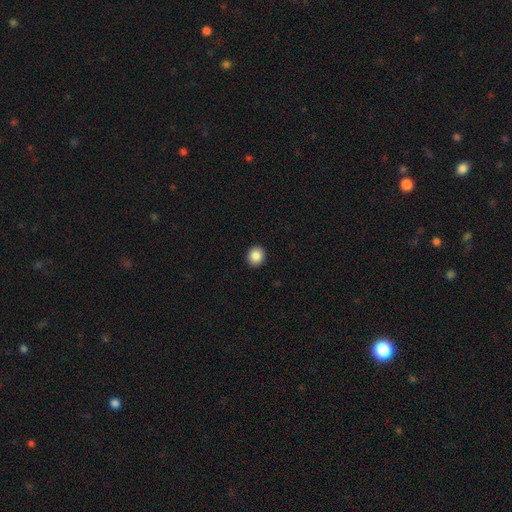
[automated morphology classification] smooth-or-featured: smooth: 87% | star or artifact: 9% | featured or disk: 4%
  how-rounded: round: 82% | in between: 17% | cigar-shaped: 1%
  merging: none: 93% | minor disturbance: 5% | major disturbance: 2% | merger: 1%